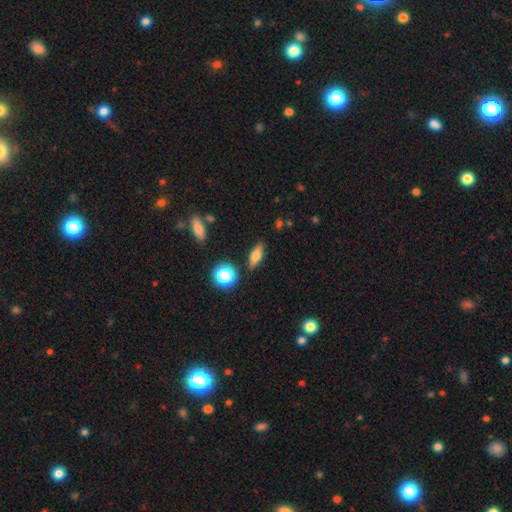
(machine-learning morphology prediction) Smooth or featured: smooth — 64% (featured or disk — 26%)
How rounded: in between — 65% (cigar-shaped — 25%)
Merging: none — 84% (minor disturbance — 10%)